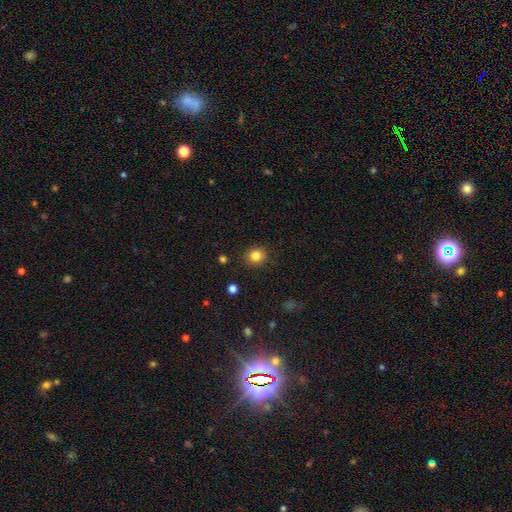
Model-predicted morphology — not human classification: smooth-or-featured: smooth: 83% | star or artifact: 11% | featured or disk: 6%
  how-rounded: round: 75% | in between: 24% | cigar-shaped: 1%
  merging: none: 89% | minor disturbance: 8% | major disturbance: 2% | merger: 1%